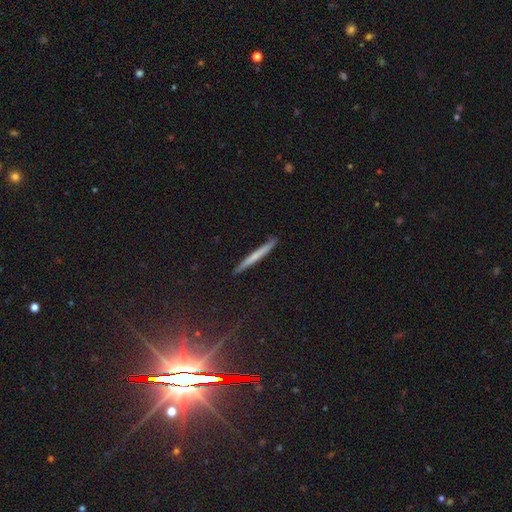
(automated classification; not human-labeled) Smooth or featured? smooth (54%)
How rounded? cigar-shaped (97%)
Merging? none (89%)